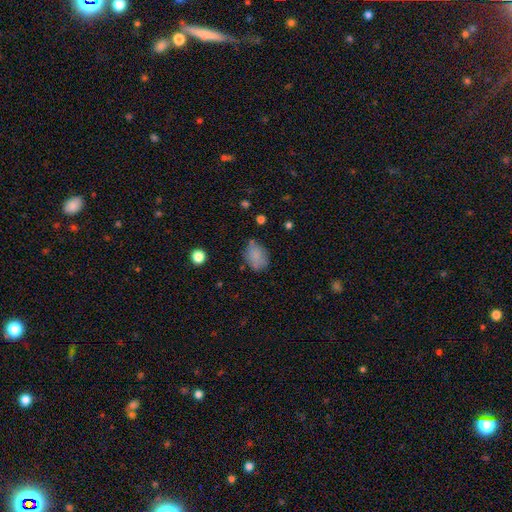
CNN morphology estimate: Smooth or featured? smooth (80%)
How rounded? in between (71%)
Merging? none (65%)